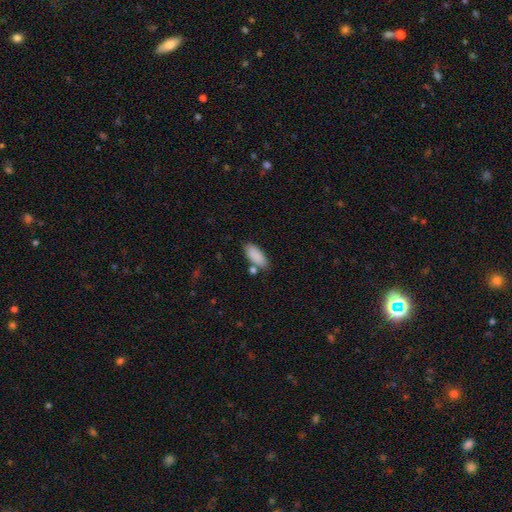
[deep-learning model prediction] smooth 89%, star or artifact 7%, featured or disk 5%. Down the decision tree: how rounded — in between (85%); merging — none (73%).